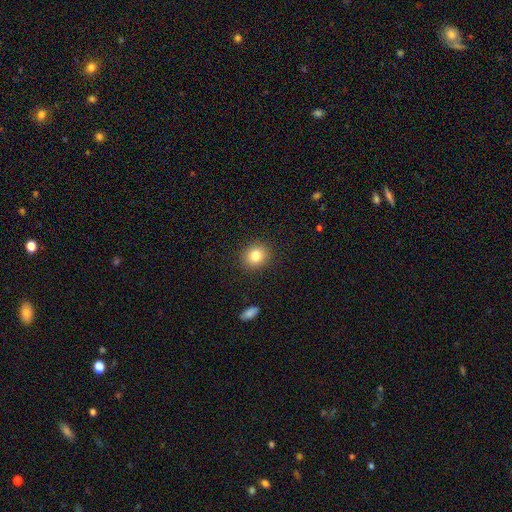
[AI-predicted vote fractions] Overall: smooth (82%). How rounded: round (77%). Merging: none (89%).